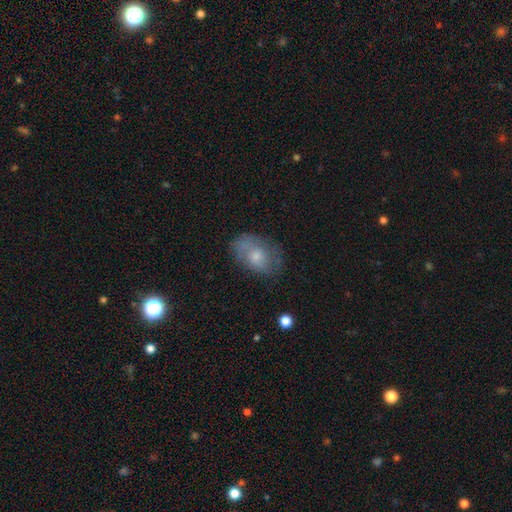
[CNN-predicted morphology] type=smooth (57%); roundness=in between (82%); merging=none (63%).